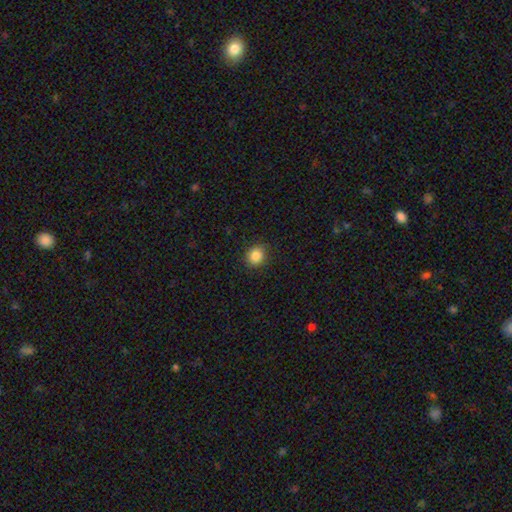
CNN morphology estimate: A smooth galaxy with no disk features (86%) that is round (80%).

Vote fractions:
- Smooth or featured? smooth: 86% / star or artifact: 10% / featured or disk: 4%
- How rounded? round: 80% / in between: 19% / cigar-shaped: 1%
- Merging? none: 89% / minor disturbance: 8% / major disturbance: 2% / merger: 1%